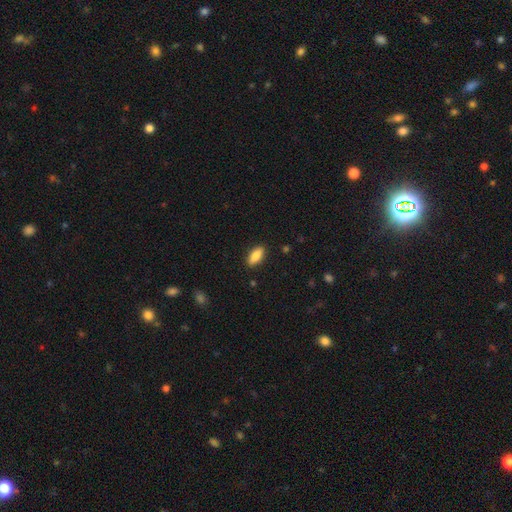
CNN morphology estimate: smooth 85%, featured or disk 8%, star or artifact 6%. Down the decision tree: how rounded — in between (81%); merging — none (88%).